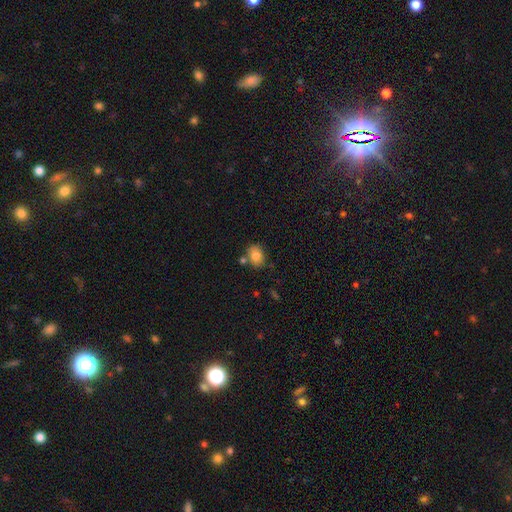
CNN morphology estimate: Smooth or featured: smooth — 80% (featured or disk — 10%)
How rounded: in between — 61% (round — 38%)
Merging: none — 71% (minor disturbance — 14%)